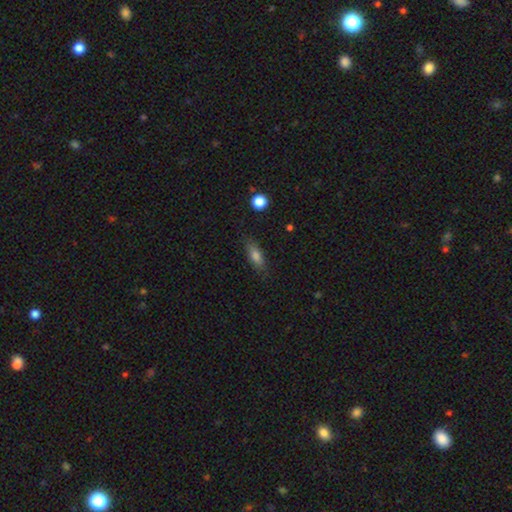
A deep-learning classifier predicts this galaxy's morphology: A smooth galaxy with no disk features (76%) that is in between round and cigar-shaped (62%).

Vote fractions:
- Smooth or featured? smooth: 76% / featured or disk: 14% / star or artifact: 9%
- How rounded? in between: 62% / cigar-shaped: 34% / round: 4%
- Merging? none: 79% / minor disturbance: 15% / major disturbance: 4% / merger: 2%